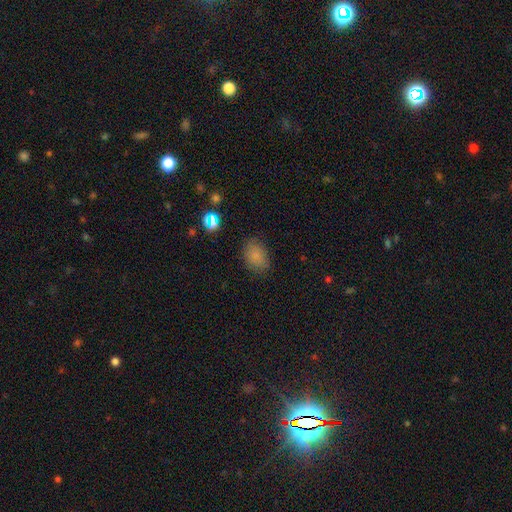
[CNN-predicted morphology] smooth_or_featured: smooth (p=0.80) [alt: star or artifact p=0.13]
how_rounded: in between (p=0.78) [alt: round p=0.21]
merging: none (p=0.80) [alt: minor disturbance p=0.15]